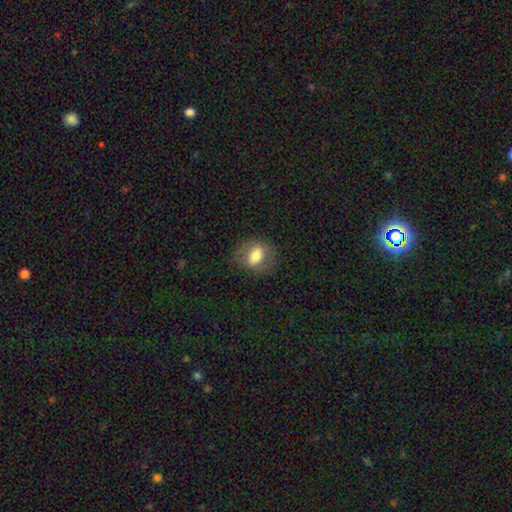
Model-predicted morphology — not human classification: The model was most divided on "how rounded": in between: 67%, round: 31%, cigar-shaped: 2%. More confident: merging — none (77%); smooth or featured — smooth (68%).